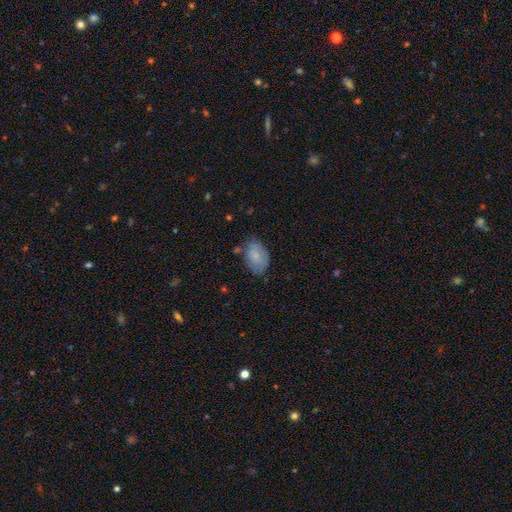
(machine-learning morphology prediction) A smooth galaxy with no disk features (77%) that is in between round and cigar-shaped (88%).

Vote fractions:
- Smooth or featured? smooth: 77% / featured or disk: 16% / star or artifact: 7%
- How rounded? in between: 88% / round: 11% / cigar-shaped: 1%
- Merging? none: 63% / minor disturbance: 27% / major disturbance: 7% / merger: 4%